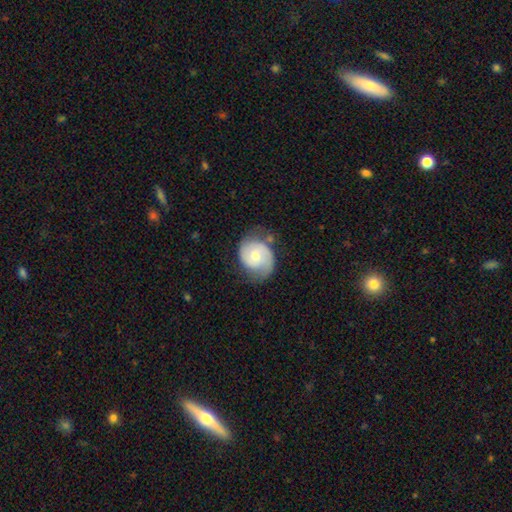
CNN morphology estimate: Smooth or featured: featured or disk — 64% (smooth — 30%)
Edge-on disk: no — 98% (yes — 2%)
Bar: no — 64% (weak — 31%)
Spiral arms: yes — 89% (no — 11%)
Spiral winding: medium — 44% (tight — 36%)
Spiral arm count: 2 — 80% (can't tell — 10%)
Bulge size: moderate — 52% (small — 41%)
Merging: none — 57% (minor disturbance — 28%)